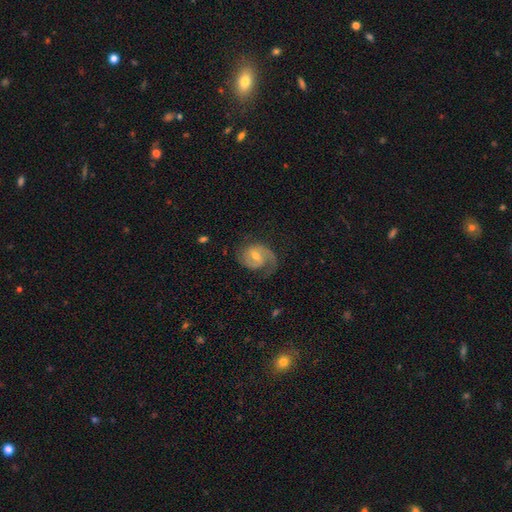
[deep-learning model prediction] Morphology: type=featured or disk (83%); edge-on=no (98%); bar=weak (50%); spiral arms=yes (95%); winding=medium (49%); arm count=2 (62%); bulge=moderate (55%); merging=none (62%).